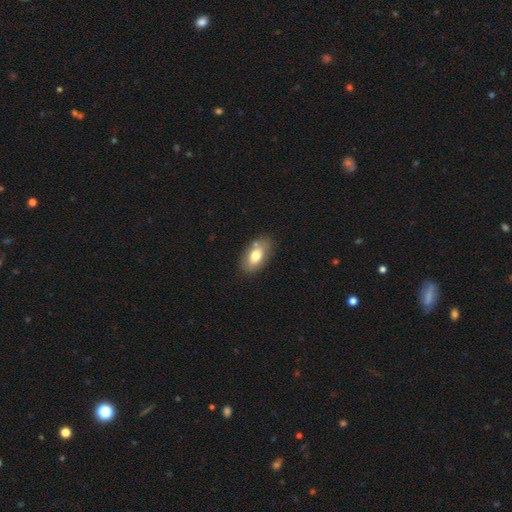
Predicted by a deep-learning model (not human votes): Smooth or featured? Predicted: smooth (p=0.71). How rounded? Predicted: in between (p=0.91). Merging? Predicted: none (p=0.72).